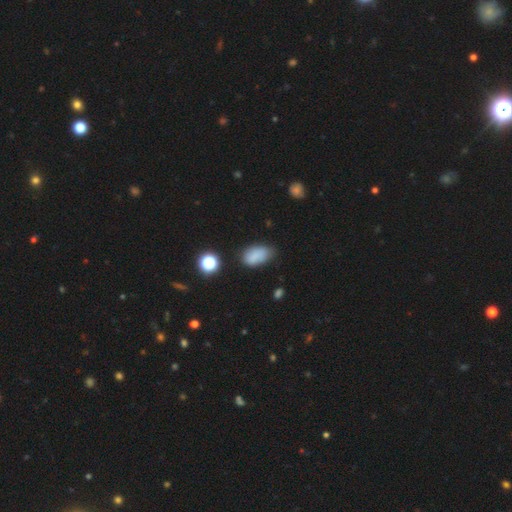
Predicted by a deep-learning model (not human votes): Overall: smooth (81%). How rounded: in between (90%). Merging: none (61%; minor disturbance 29%).